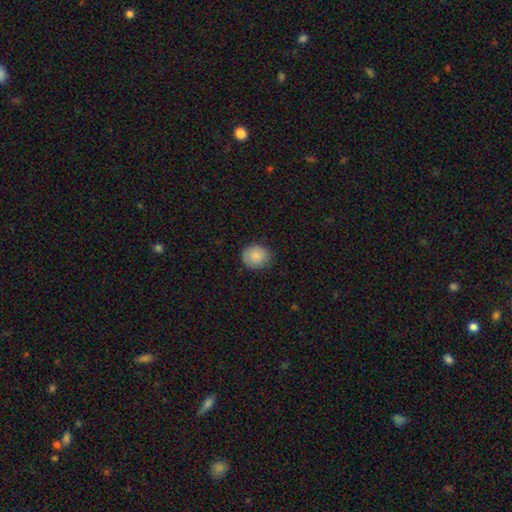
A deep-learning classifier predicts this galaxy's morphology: A smooth galaxy with no disk features (86%) that is round (78%).

Vote fractions:
- Smooth or featured? smooth: 86% / star or artifact: 8% / featured or disk: 7%
- How rounded? round: 78% / in between: 21% / cigar-shaped: 1%
- Merging? none: 80% / minor disturbance: 16% / major disturbance: 3% / merger: 1%